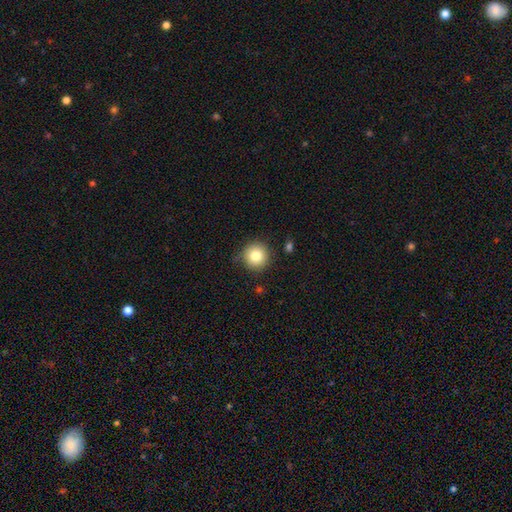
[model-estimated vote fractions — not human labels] Morphology: type=smooth (84%); roundness=round (94%); merging=none (83%).